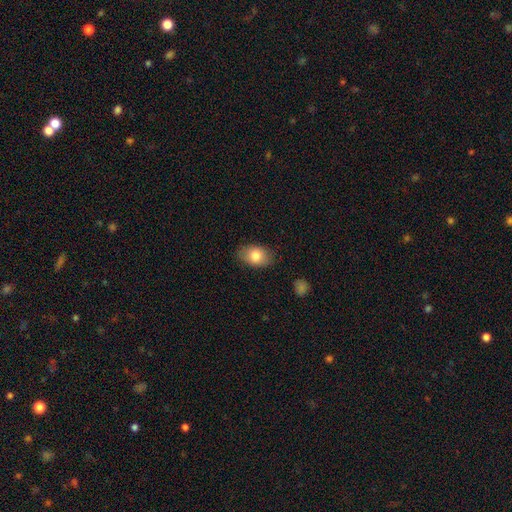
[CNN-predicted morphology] Smooth or featured?
  - smooth: 81% *
  - featured or disk: 12%
  - star or artifact: 7%
How rounded?
  - in between: 85% *
  - round: 14%
  - cigar-shaped: 1%
Merging?
  - none: 83% *
  - minor disturbance: 13%
  - major disturbance: 3%
  - merger: 1%